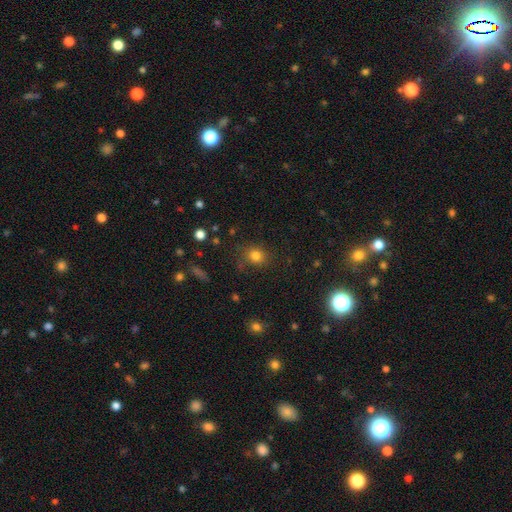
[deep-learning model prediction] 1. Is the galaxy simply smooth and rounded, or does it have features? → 79% smooth, 14% star or artifact, 7% featured or disk.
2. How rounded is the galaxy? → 77% round, 22% in between, 1% cigar-shaped.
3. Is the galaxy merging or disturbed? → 78% none, 14% minor disturbance, 5% major disturbance, 3% merger.